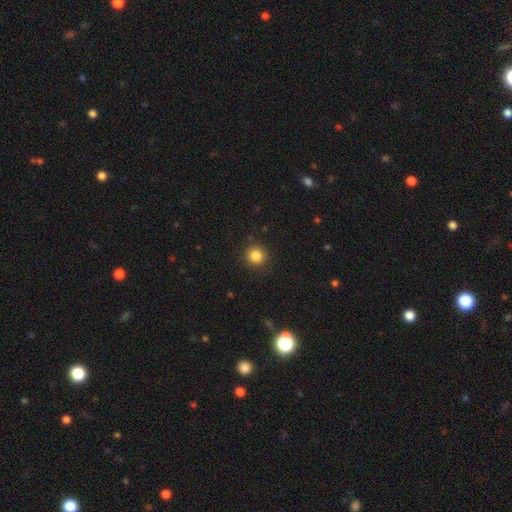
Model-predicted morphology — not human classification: This appears to be a smooth galaxy with no disk features (84%) that is round (94%). Merging: none (90%).